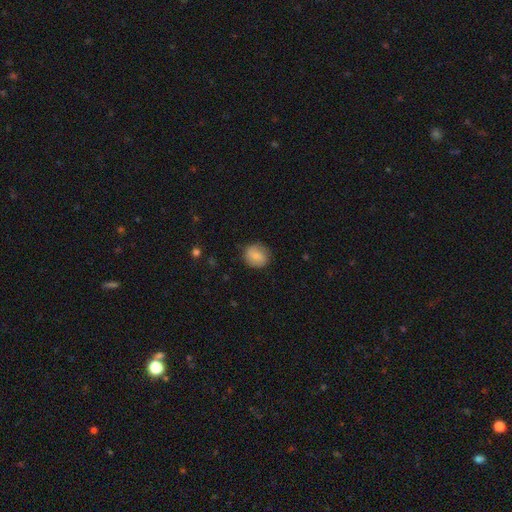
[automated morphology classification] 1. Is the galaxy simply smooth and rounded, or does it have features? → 78% smooth, 14% featured or disk, 8% star or artifact.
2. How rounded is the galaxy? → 76% round, 23% in between, 1% cigar-shaped.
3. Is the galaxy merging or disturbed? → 81% none, 14% minor disturbance, 4% major disturbance, 1% merger.